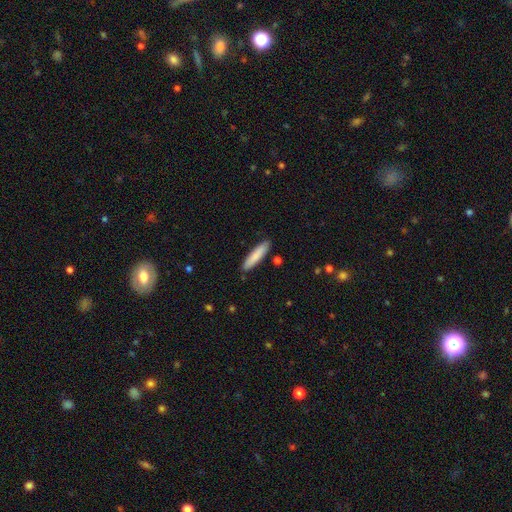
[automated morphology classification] This appears to be a smooth galaxy with no disk features (82%) that is cigar-shaped (83%). Merging: none (88%).